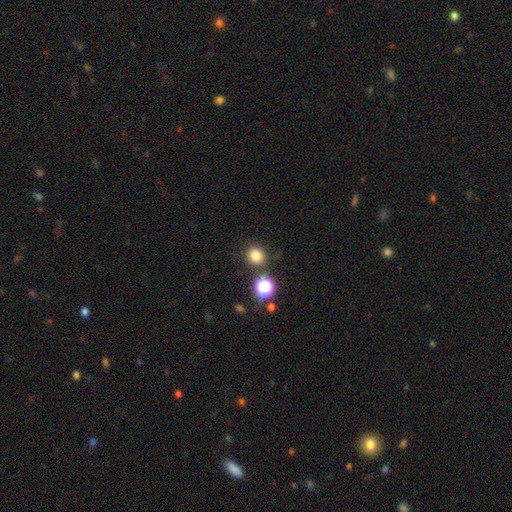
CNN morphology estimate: smooth 80%, star or artifact 15%, featured or disk 5%. Down the decision tree: how rounded — round (82%); merging — none (84%).